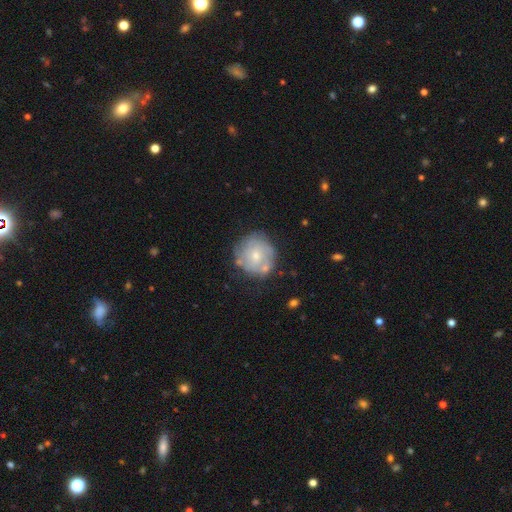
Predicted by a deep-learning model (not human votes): smooth-or-featured: featured or disk: 53% | smooth: 41% | star or artifact: 6%
  disk-edge-on: no: 98% | yes: 2%
    bar: no: 81% | weak: 16% | strong: 3%
    has-spiral-arms: yes: 52% | no: 48%
    bulge-size: small: 55% | moderate: 40% | none: 2% | large: 2% | dominant: 1%
  merging: none: 66% | minor disturbance: 20% | major disturbance: 8% | merger: 6%